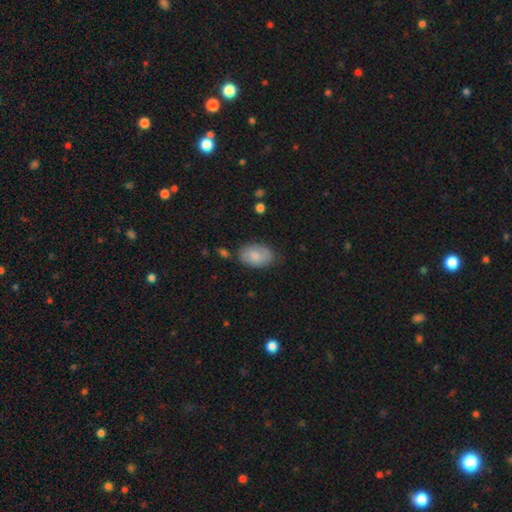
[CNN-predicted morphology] Smooth or featured: smooth — 76% (featured or disk — 17%)
How rounded: in between — 91% (round — 8%)
Merging: none — 71% (minor disturbance — 21%)